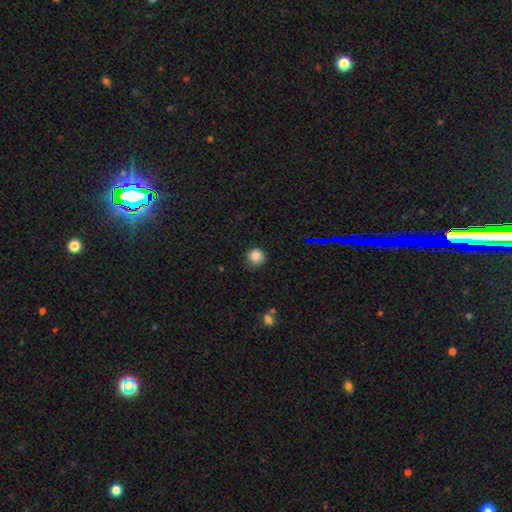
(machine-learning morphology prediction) This is clearly a smooth galaxy (82%). How rounded: clearly round (94%). Merging: clearly none (84%).